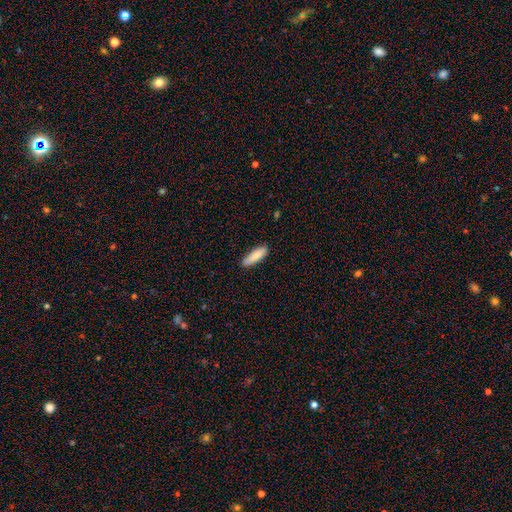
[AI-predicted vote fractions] Smooth or featured: smooth — 86% (featured or disk — 9%)
How rounded: cigar-shaped — 52% (in between — 46%)
Merging: none — 86% (minor disturbance — 11%)